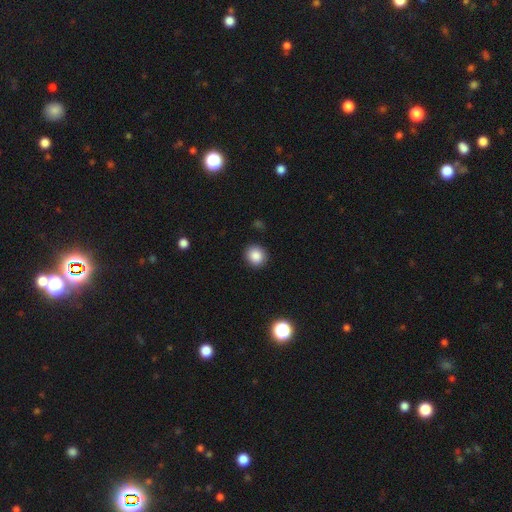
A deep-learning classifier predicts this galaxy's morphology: A smooth galaxy with no disk features (86%) that is round (83%).

Vote fractions:
- Smooth or featured? smooth: 86% / star or artifact: 10% / featured or disk: 4%
- How rounded? round: 83% / in between: 16% / cigar-shaped: 1%
- Merging? none: 90% / minor disturbance: 7% / major disturbance: 2% / merger: 1%